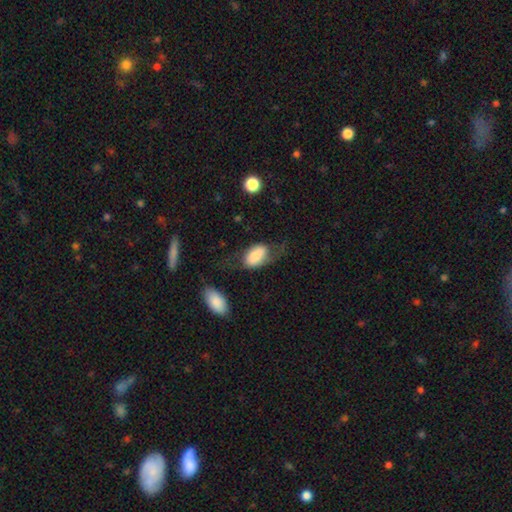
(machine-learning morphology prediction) Smooth or featured?
  - smooth: 67% *
  - featured or disk: 26%
  - star or artifact: 7%
How rounded?
  - in between: 91% *
  - round: 7%
  - cigar-shaped: 2%
Merging?
  - none: 43% *
  - major disturbance: 27%
  - minor disturbance: 24%
  - merger: 5%